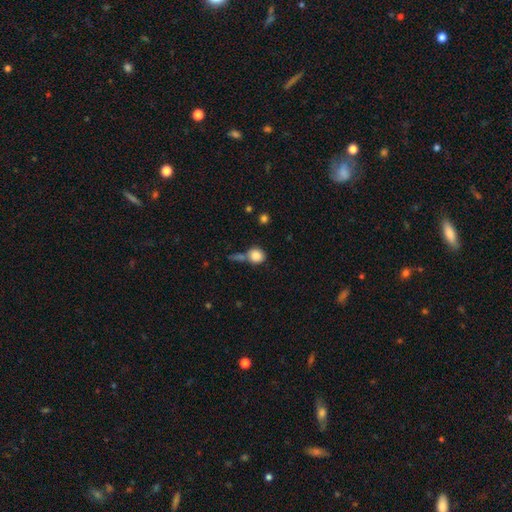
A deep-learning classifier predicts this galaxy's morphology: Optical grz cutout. It shows a smooth galaxy with no disk features (85%) that is round (82%). Merging: none (53%).